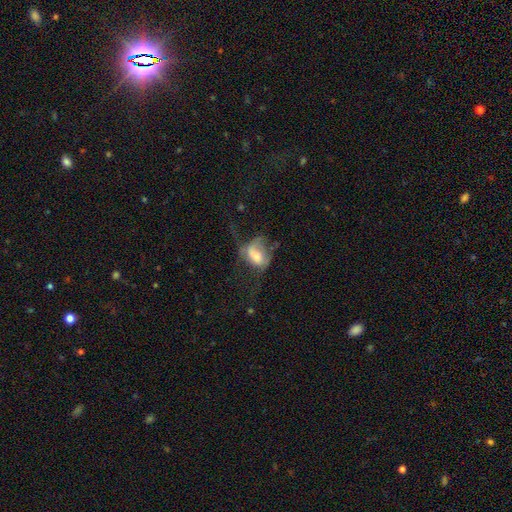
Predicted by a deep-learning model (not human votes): A smooth galaxy with no disk features (49%).

Vote fractions:
- Smooth or featured? smooth: 49% / featured or disk: 41% / star or artifact: 10%
- Merging? major disturbance: 53% / none: 24% / minor disturbance: 19% / merger: 5%